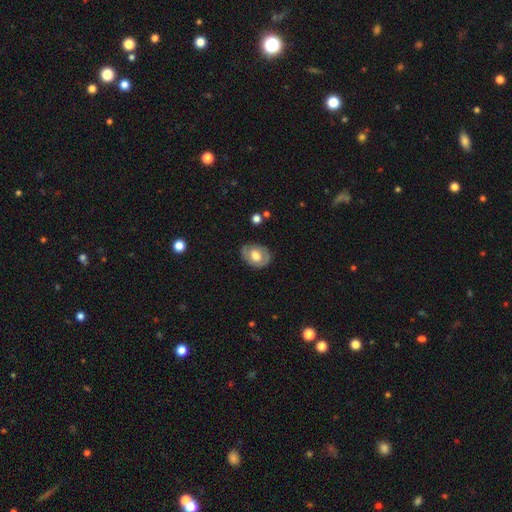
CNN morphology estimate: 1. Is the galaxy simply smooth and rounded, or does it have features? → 50% smooth, 43% featured or disk, 7% star or artifact.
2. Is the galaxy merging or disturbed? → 77% none, 17% minor disturbance, 5% major disturbance, 1% merger.